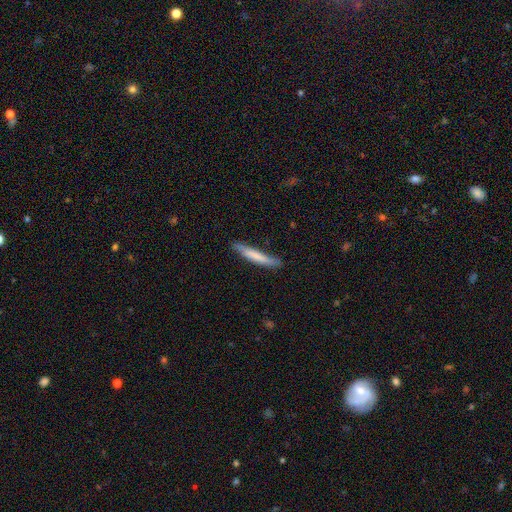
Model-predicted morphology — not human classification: A smooth galaxy with no disk features (70%) that is cigar-shaped (94%).

Vote fractions:
- Smooth or featured? smooth: 70% / featured or disk: 25% / star or artifact: 5%
- How rounded? cigar-shaped: 94% / in between: 5% / round: 1%
- Merging? none: 78% / minor disturbance: 17% / major disturbance: 3% / merger: 2%